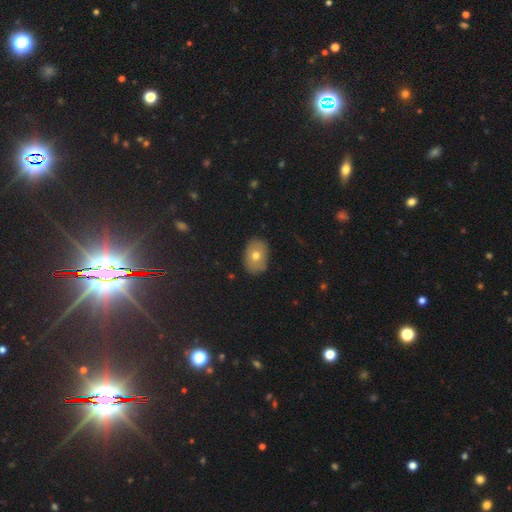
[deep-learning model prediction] This appears to be a smooth galaxy with no disk features (69%) that is in between round and cigar-shaped (73%). Merging: none (83%).